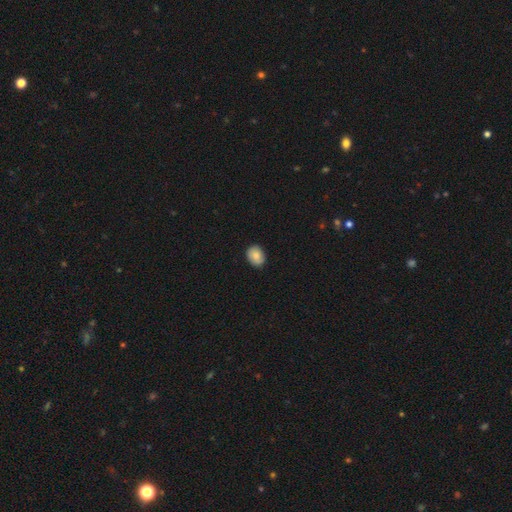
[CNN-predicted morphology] Smooth or featured?
  - smooth: 84% *
  - featured or disk: 8%
  - star or artifact: 7%
How rounded?
  - in between: 59% *
  - round: 40%
  - cigar-shaped: 1%
Merging?
  - none: 87% *
  - minor disturbance: 10%
  - major disturbance: 2%
  - merger: 1%